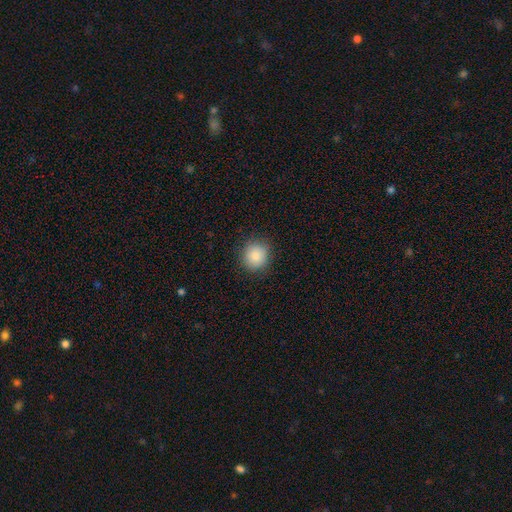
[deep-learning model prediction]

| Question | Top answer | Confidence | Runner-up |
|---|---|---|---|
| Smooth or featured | smooth | 86% | star or artifact (9%) |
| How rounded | round | 89% | in between (10%) |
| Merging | none | 89% | minor disturbance (8%) |